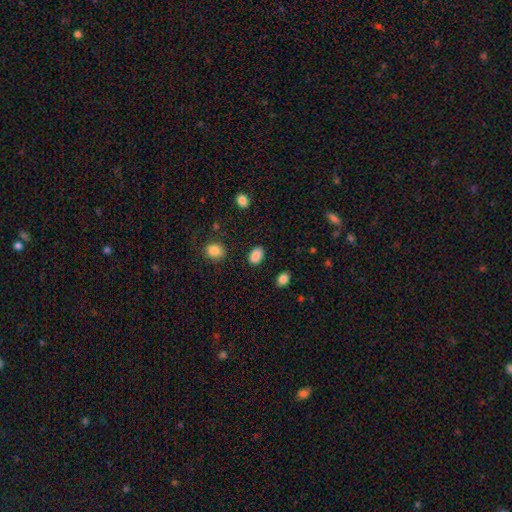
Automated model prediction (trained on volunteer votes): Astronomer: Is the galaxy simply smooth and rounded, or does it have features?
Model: smooth — 88%.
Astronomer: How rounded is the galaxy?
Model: in between — 85%.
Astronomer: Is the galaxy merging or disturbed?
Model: none — 87%.